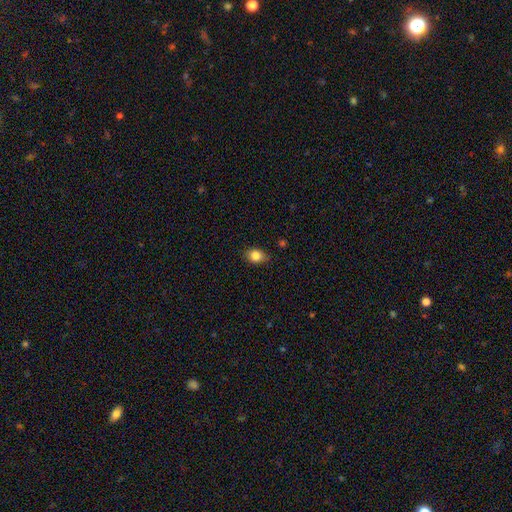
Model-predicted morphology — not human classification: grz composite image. It shows a smooth galaxy with no disk features (83%) that is in between round and cigar-shaped (58%). Merging: none (79%).